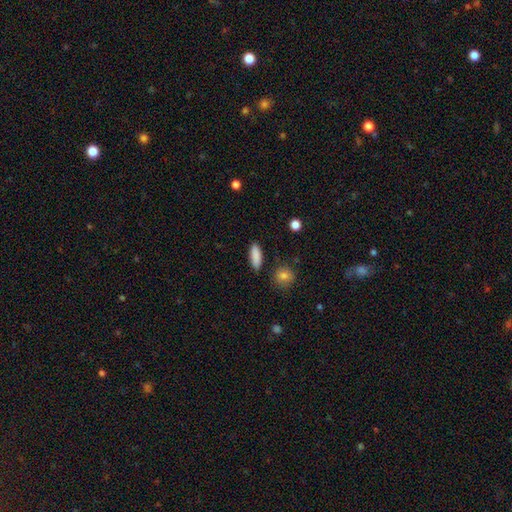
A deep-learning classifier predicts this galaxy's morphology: smooth 88%, star or artifact 7%, featured or disk 5%. Down the decision tree: how rounded — in between (63%); merging — none (87%).